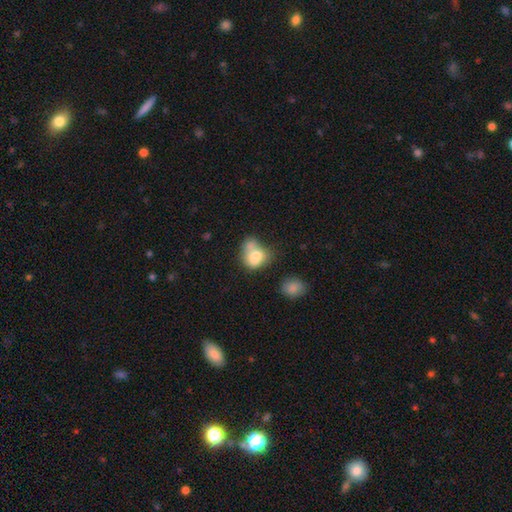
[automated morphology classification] Smooth or featured?
  - smooth: 72% *
  - featured or disk: 19%
  - star or artifact: 10%
How rounded?
  - in between: 57% *
  - round: 42%
  - cigar-shaped: 1%
Merging?
  - merger: 44% *
  - none: 26%
  - minor disturbance: 18%
  - major disturbance: 13%